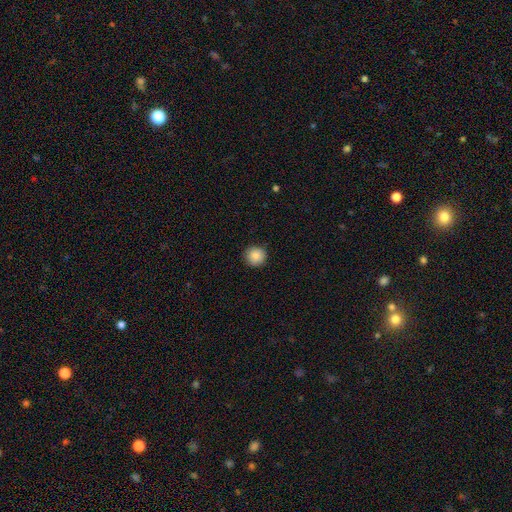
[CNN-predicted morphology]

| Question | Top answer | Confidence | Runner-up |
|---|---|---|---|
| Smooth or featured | smooth | 86% | star or artifact (9%) |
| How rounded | round | 94% | in between (5%) |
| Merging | none | 90% | minor disturbance (7%) |